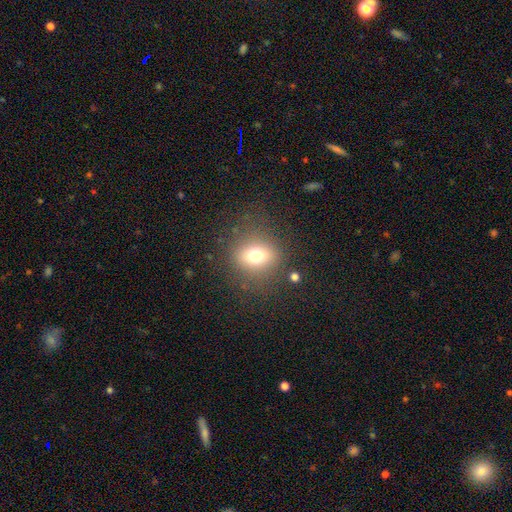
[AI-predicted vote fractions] Q: Smooth or featured?
A: smooth (71%); runner-up: star or artifact (15%)
Q: How rounded?
A: round (72%); runner-up: in between (26%)
Q: Merging?
A: none (81%); runner-up: minor disturbance (11%)